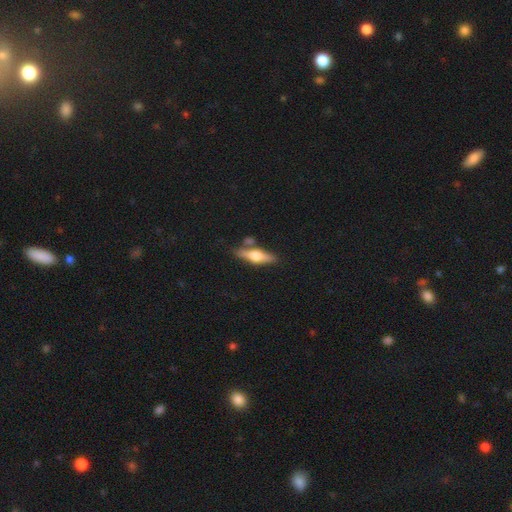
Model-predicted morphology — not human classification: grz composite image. It shows a featured or disk galaxy (59%) viewed edge-on (94%) with a rounded central bulge (92%). Merging: none (74%).